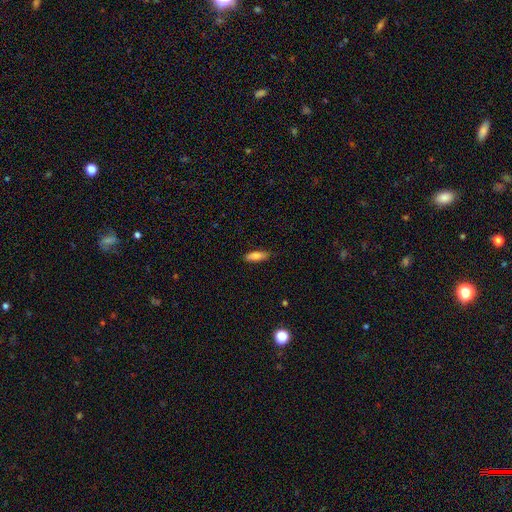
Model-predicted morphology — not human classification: The model was most divided on "how rounded": in between: 53%, cigar-shaped: 45%, round: 2%. More confident: merging — none (85%); smooth or featured — smooth (79%).